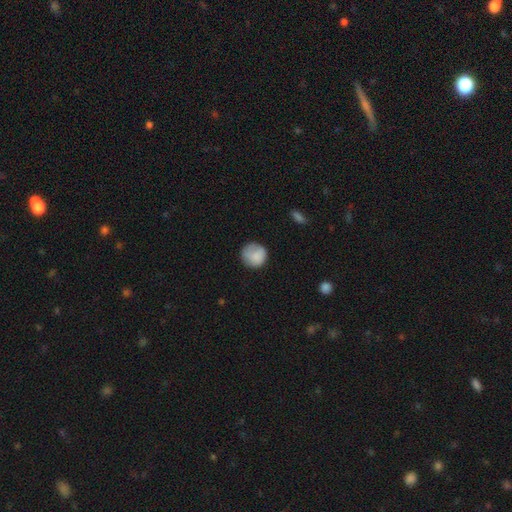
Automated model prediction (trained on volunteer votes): A smooth galaxy with no disk features (83%) that is round (90%).

Vote fractions:
- Smooth or featured? smooth: 83% / featured or disk: 9% / star or artifact: 7%
- How rounded? round: 90% / in between: 9% / cigar-shaped: 1%
- Merging? none: 71% / minor disturbance: 21% / major disturbance: 6% / merger: 2%